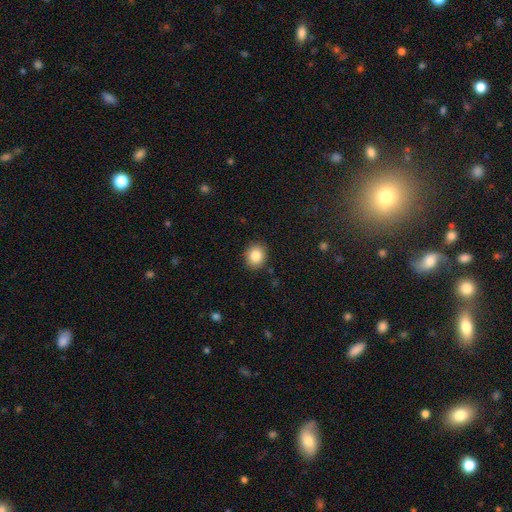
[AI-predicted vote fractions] Smooth or featured: smooth — 84% (star or artifact — 9%)
How rounded: round — 68% (in between — 31%)
Merging: none — 89% (minor disturbance — 8%)